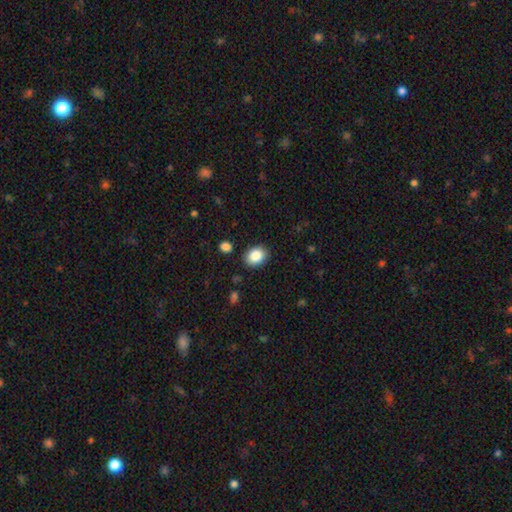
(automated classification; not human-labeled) Overall: smooth (86%). How rounded: in between (57%; round 42%). Merging: none (87%).